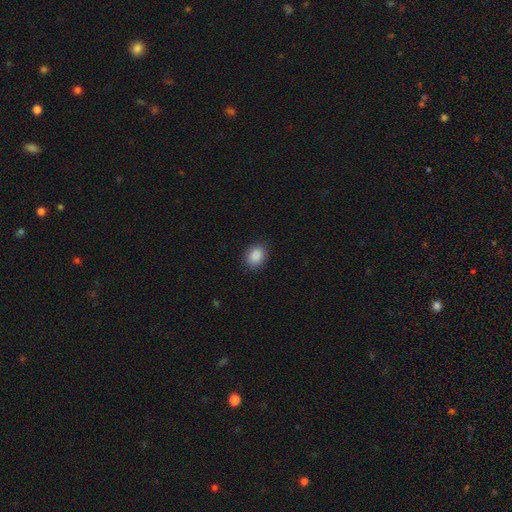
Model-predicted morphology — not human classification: Smooth or featured?
  - smooth: 87% *
  - star or artifact: 9%
  - featured or disk: 5%
How rounded?
  - in between: 52% *
  - round: 47%
  - cigar-shaped: 1%
Merging?
  - none: 88% *
  - minor disturbance: 9%
  - major disturbance: 2%
  - merger: 1%